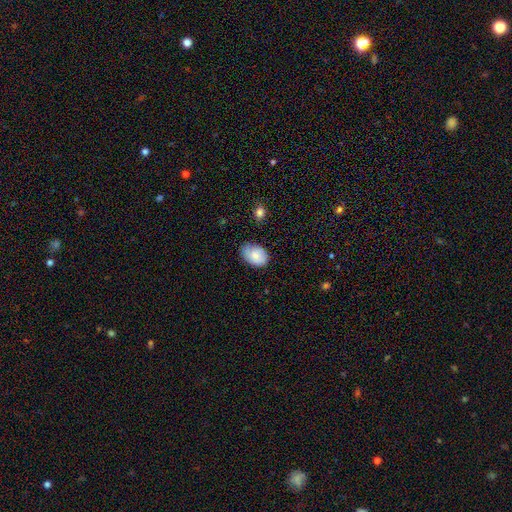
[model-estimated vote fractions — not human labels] Morphology: type=smooth (78%); roundness=in between (84%); merging=none (65%).